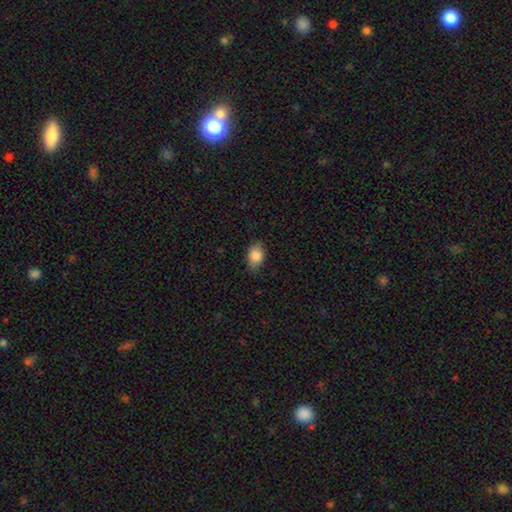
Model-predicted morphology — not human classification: Smooth or featured: smooth — 86% (star or artifact — 8%)
How rounded: in between — 79% (round — 20%)
Merging: none — 67% (minor disturbance — 27%)